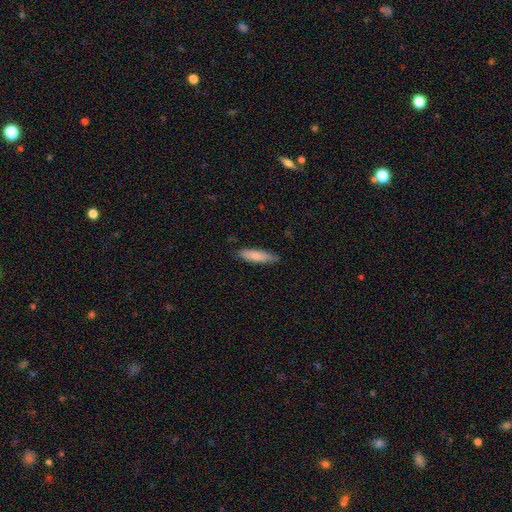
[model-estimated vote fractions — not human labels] Q: Smooth or featured?
A: smooth (82%); runner-up: featured or disk (13%)
Q: How rounded?
A: cigar-shaped (67%); runner-up: in between (31%)
Q: Merging?
A: none (81%); runner-up: minor disturbance (15%)